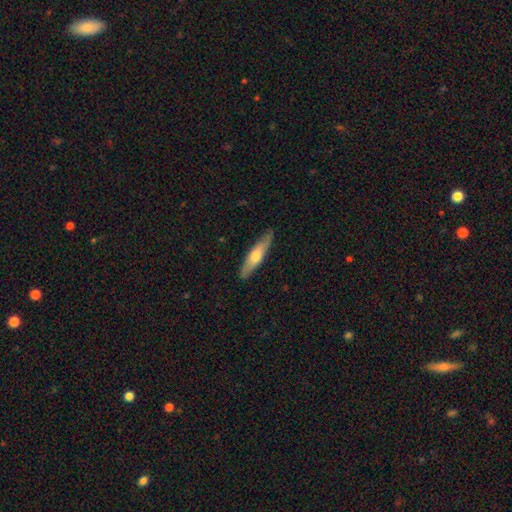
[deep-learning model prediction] This is possibly a smooth galaxy (51%). How rounded: likely cigar-shaped (80%). Merging: clearly none (87%).